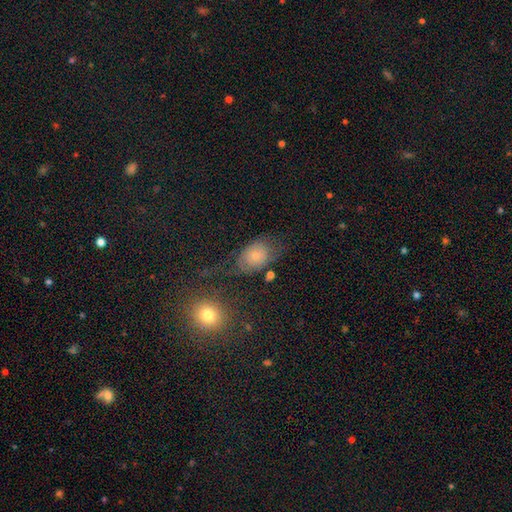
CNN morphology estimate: Q: Smooth or featured?
A: smooth (68%); runner-up: featured or disk (19%)
Q: How rounded?
A: in between (74%); runner-up: round (25%)
Q: Merging?
A: none (54%); runner-up: minor disturbance (24%)